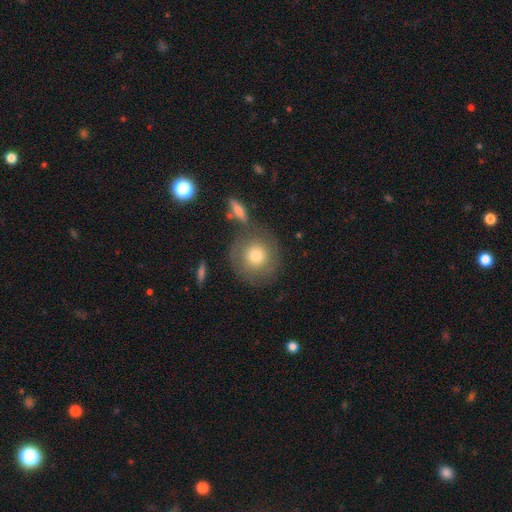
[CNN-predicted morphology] The model was most divided on "smooth or featured": smooth: 66%, featured or disk: 26%, star or artifact: 9%. More confident: how rounded — round (91%); merging — none (73%).